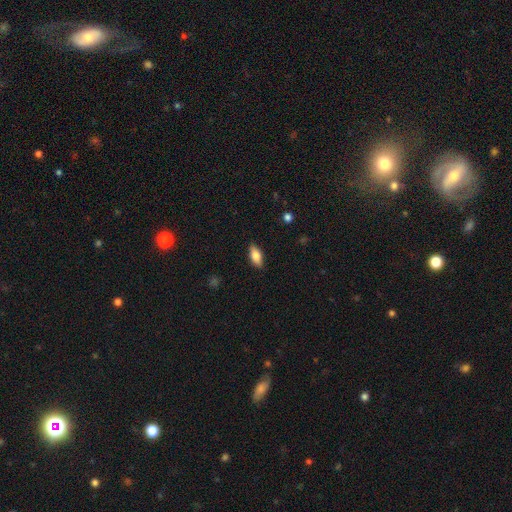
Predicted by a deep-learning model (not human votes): This is likely a smooth galaxy (74%). How rounded: clearly in between (83%). Merging: clearly none (87%).